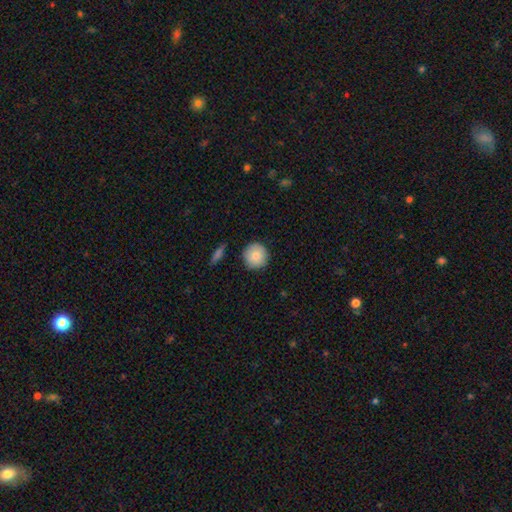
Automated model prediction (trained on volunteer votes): Smooth or featured: smooth — 84% (featured or disk — 9%)
How rounded: round — 95% (in between — 4%)
Merging: none — 89% (minor disturbance — 8%)